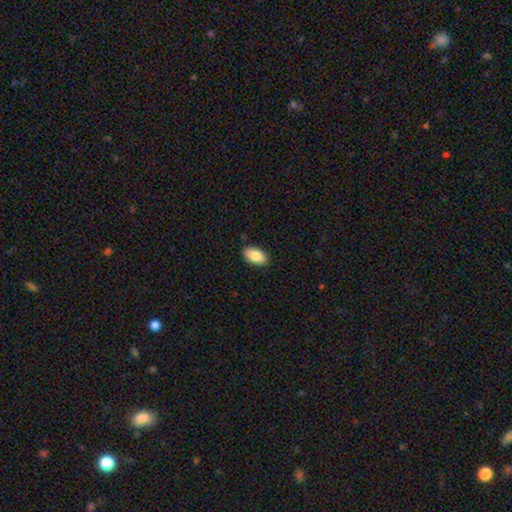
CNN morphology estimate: Smooth or featured? Predicted: smooth (p=0.85). How rounded? Predicted: in between (p=0.94). Merging? Predicted: none (p=0.89).